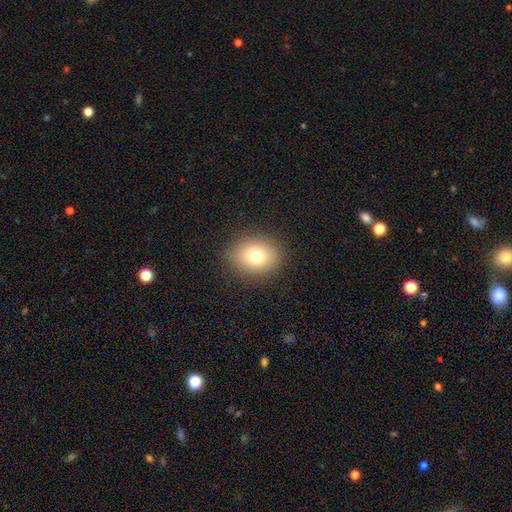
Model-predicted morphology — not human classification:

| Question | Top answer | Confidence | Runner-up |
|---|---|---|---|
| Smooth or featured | smooth | 78% | star or artifact (12%) |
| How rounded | in between | 50% | round (49%) |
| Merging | none | 89% | minor disturbance (8%) |